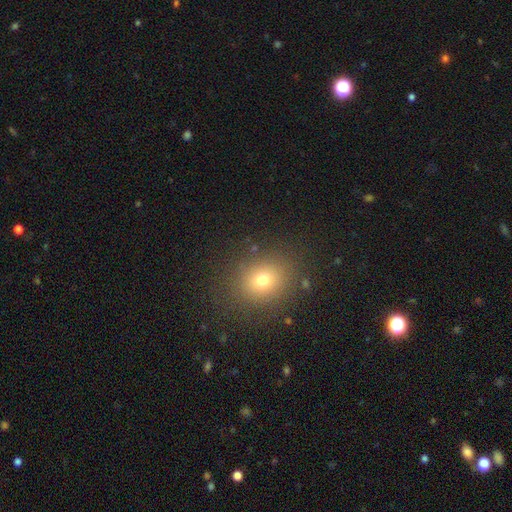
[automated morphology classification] smooth_or_featured: smooth (p=0.67) [alt: star or artifact p=0.25]
how_rounded: round (p=0.64) [alt: in between p=0.35]
merging: none (p=0.89) [alt: minor disturbance p=0.07]